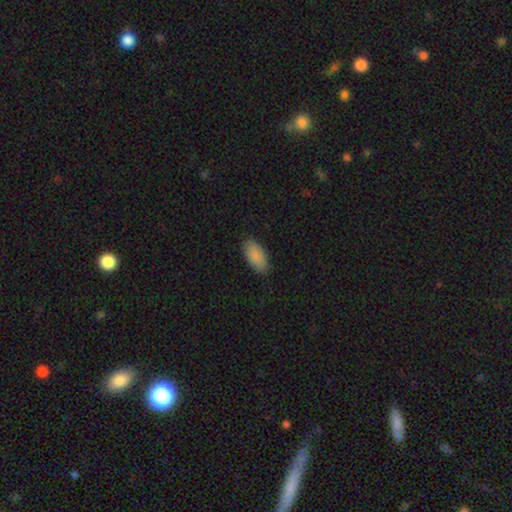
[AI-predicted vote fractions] This appears to be a smooth galaxy with no disk features (89%) that is in between round and cigar-shaped (93%). Merging: none (86%).